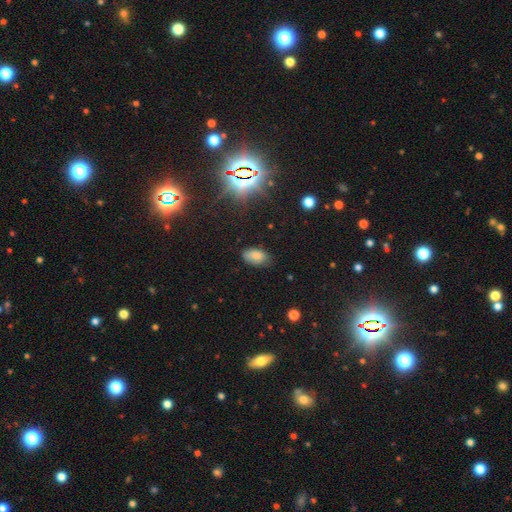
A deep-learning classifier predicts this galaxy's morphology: The model was most divided on "merging": none: 73%, minor disturbance: 22%, major disturbance: 4%, merger: 2%. More confident: how rounded — in between (93%); smooth or featured — smooth (79%).